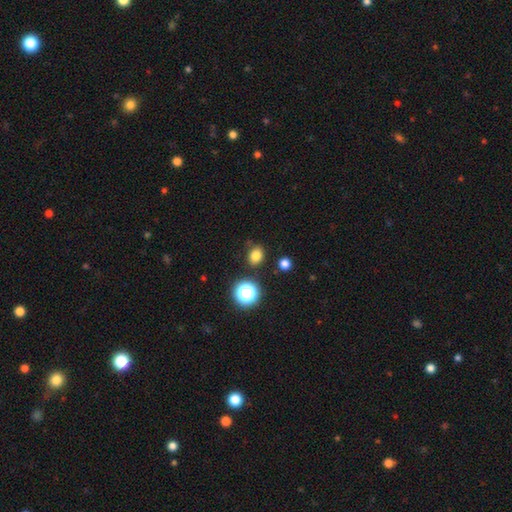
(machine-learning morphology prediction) Smooth or featured? smooth (79%)
How rounded? round (55%)
Merging? none (83%)